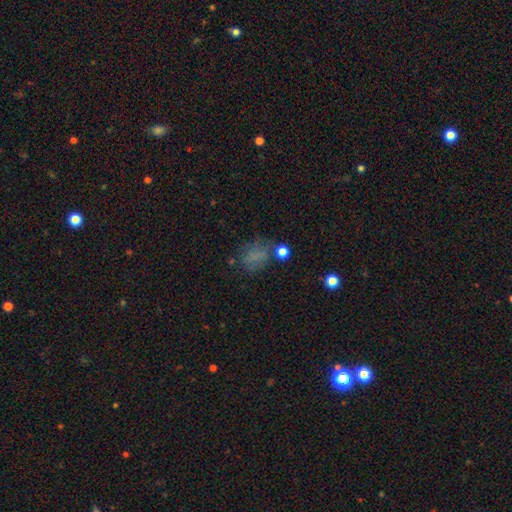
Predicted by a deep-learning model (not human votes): A smooth galaxy with no disk features (62%) that is in between round and cigar-shaped (55%).

Vote fractions:
- Smooth or featured? smooth: 62% / star or artifact: 22% / featured or disk: 16%
- How rounded? in between: 55% / round: 43% / cigar-shaped: 2%
- Merging? none: 54% / minor disturbance: 21% / major disturbance: 17% / merger: 8%